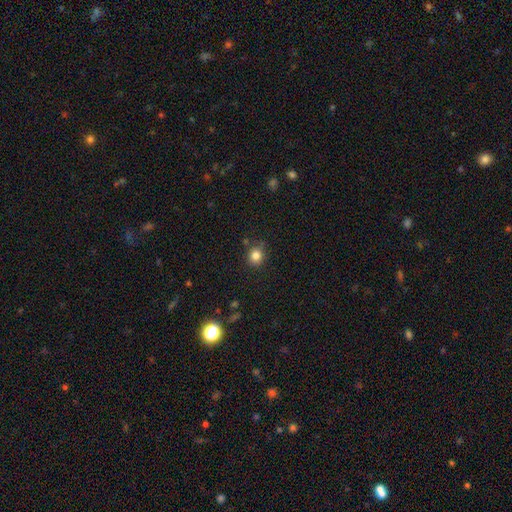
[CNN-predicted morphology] This is clearly a smooth galaxy (83%). How rounded: clearly round (80%). Merging: clearly none (81%).